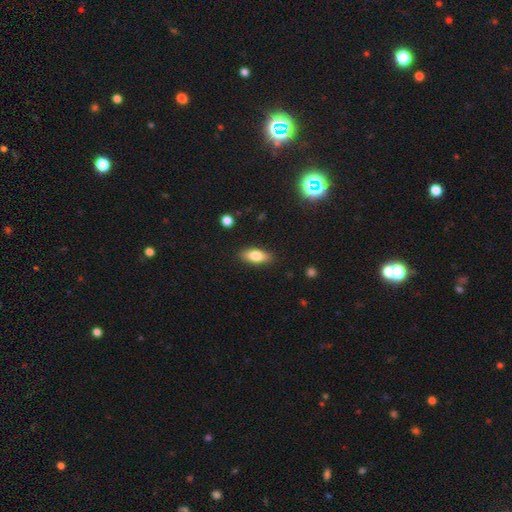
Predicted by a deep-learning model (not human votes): Overall: smooth (78%). How rounded: in between (81%). Merging: none (87%).